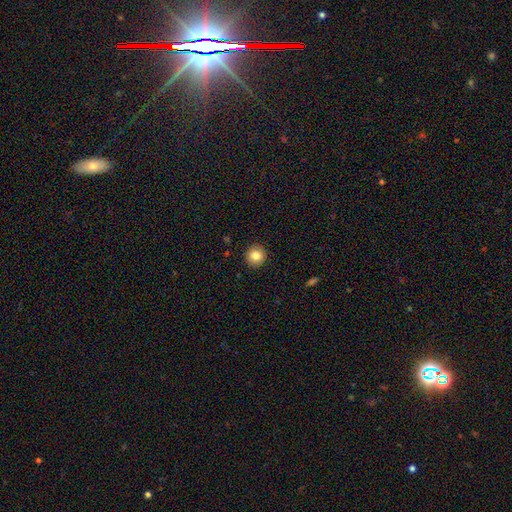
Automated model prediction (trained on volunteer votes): Smooth or featured? smooth (84%)
How rounded? round (92%)
Merging? none (92%)